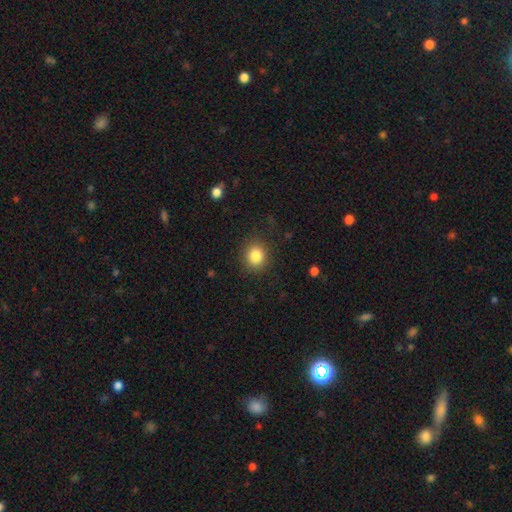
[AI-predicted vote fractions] A smooth galaxy with no disk features (84%) that is round (80%). Merging: none (87%).